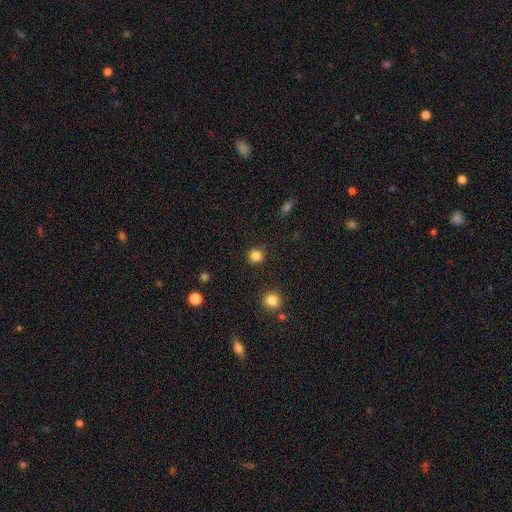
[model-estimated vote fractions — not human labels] Smooth or featured?
  - smooth: 84% *
  - star or artifact: 13%
  - featured or disk: 4%
How rounded?
  - round: 91% *
  - in between: 8%
  - cigar-shaped: 1%
Merging?
  - none: 89% *
  - minor disturbance: 7%
  - major disturbance: 3%
  - merger: 2%